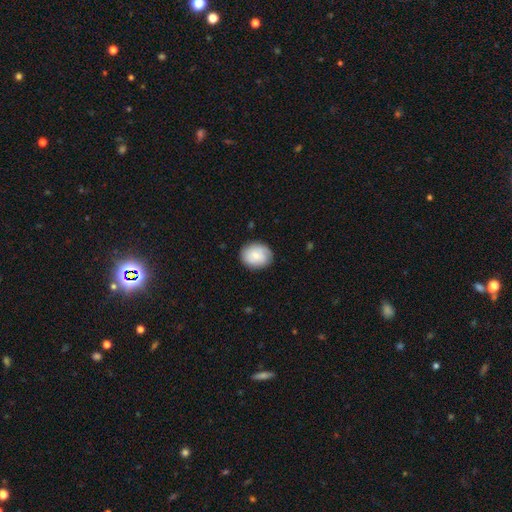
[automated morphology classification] This appears to be a smooth galaxy with no disk features (74%) that is round (59%). Merging: none (83%).